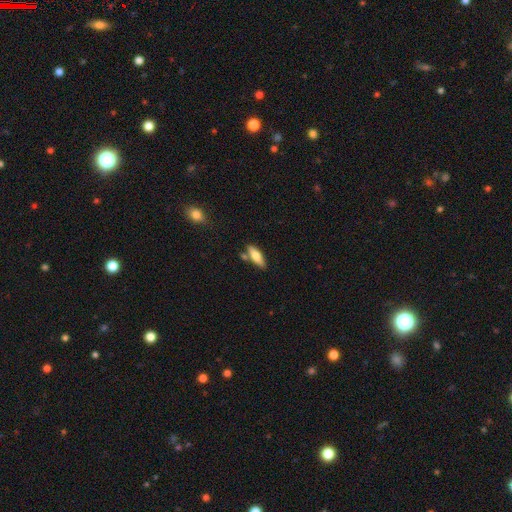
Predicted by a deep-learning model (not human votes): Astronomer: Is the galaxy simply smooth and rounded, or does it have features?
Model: smooth — 68%.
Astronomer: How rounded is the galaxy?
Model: in between — 54% (runner-up: cigar-shaped, 44%).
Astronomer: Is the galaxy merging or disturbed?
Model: none — 73%.